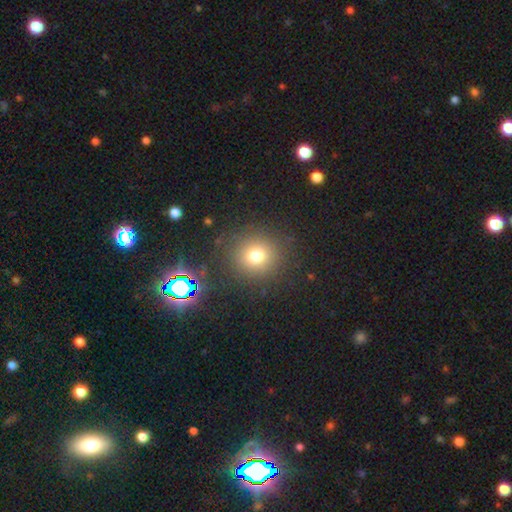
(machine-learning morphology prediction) This appears to be a smooth galaxy with no disk features (72%) that is round (91%). Merging: none (87%).